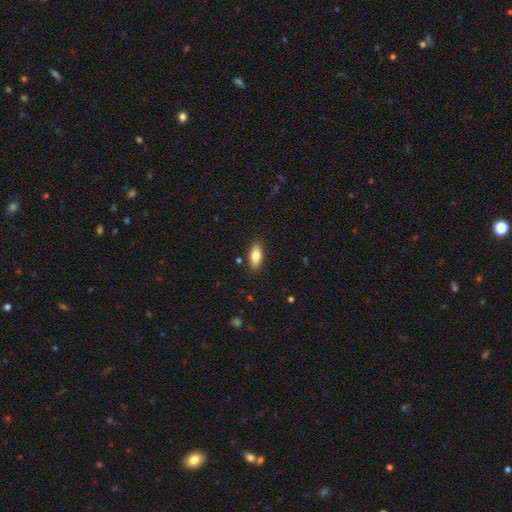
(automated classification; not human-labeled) Smooth or featured? smooth (81%)
How rounded? in between (81%)
Merging? none (86%)